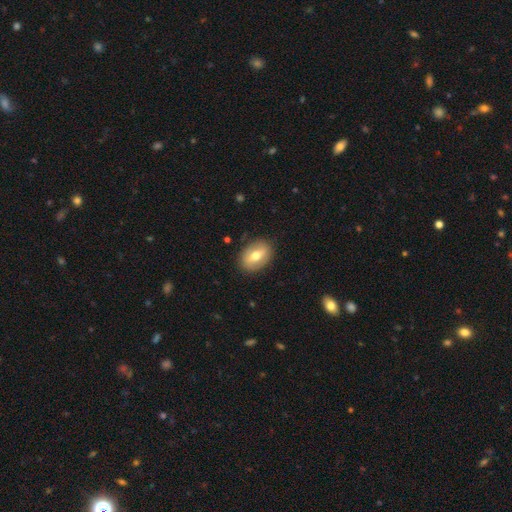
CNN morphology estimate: smooth_or_featured: smooth (p=0.57) [alt: featured or disk p=0.36]
how_rounded: in between (p=0.78) [alt: round p=0.21]
merging: none (p=0.86) [alt: minor disturbance p=0.10]